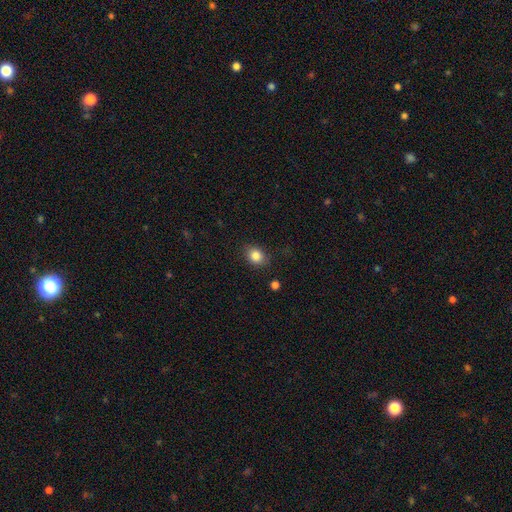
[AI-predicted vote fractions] smooth-or-featured: smooth: 84% | star or artifact: 10% | featured or disk: 6%
  how-rounded: in between: 52% | round: 47% | cigar-shaped: 1%
  merging: none: 84% | minor disturbance: 12% | major disturbance: 3% | merger: 1%